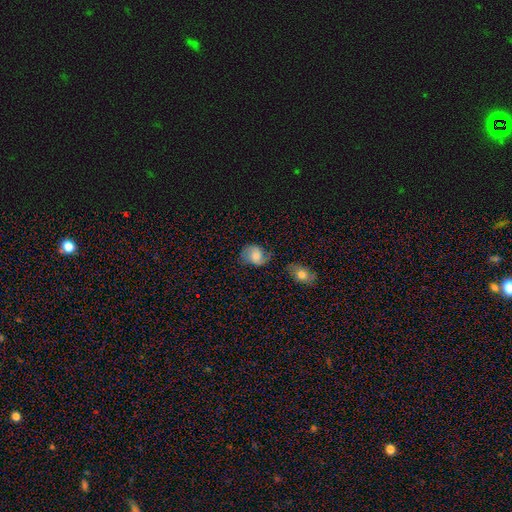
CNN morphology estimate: smooth_or_featured: smooth (p=0.53) [alt: featured or disk p=0.37]
how_rounded: round (p=0.51) [alt: in between p=0.48]
merging: none (p=0.55) [alt: minor disturbance p=0.27]